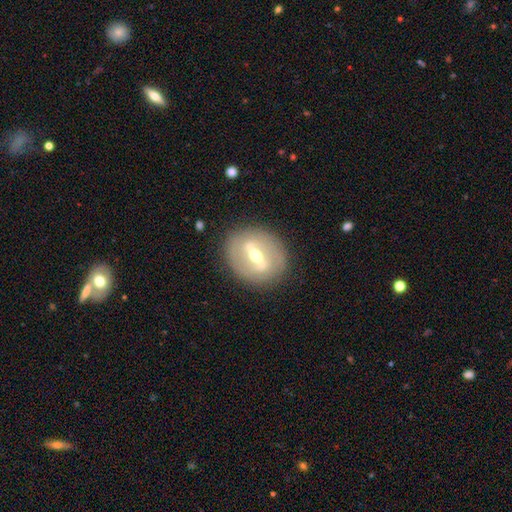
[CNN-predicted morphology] Smooth or featured? featured or disk (78%)
Edge-on disk? no (87%)
Bar? strong (66%)
Spiral arms? yes (52%)
Bulge size? moderate (63%)
Merging? none (84%)